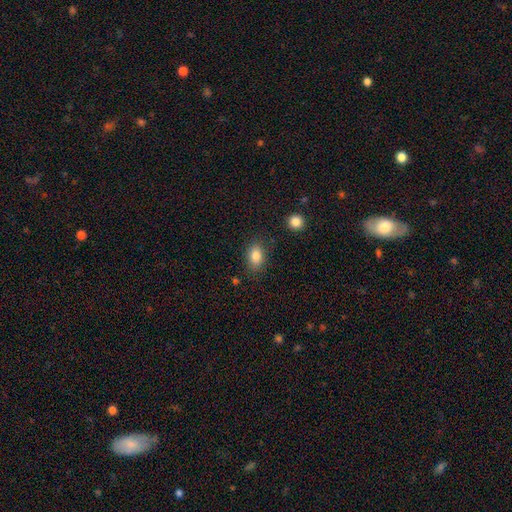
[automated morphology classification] This appears to be a smooth galaxy with no disk features (85%) that is in between round and cigar-shaped (82%). Merging: none (82%).